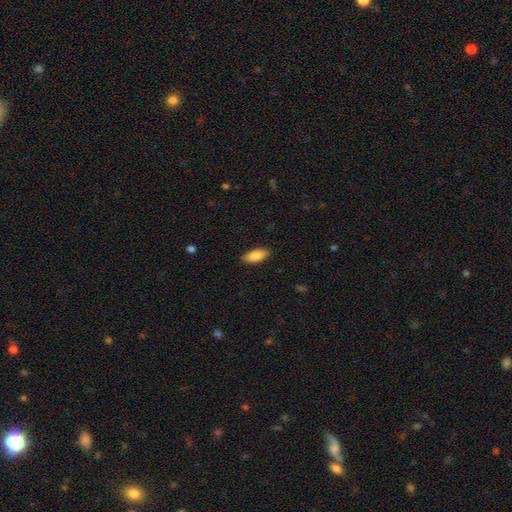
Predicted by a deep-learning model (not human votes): Q: Smooth or featured?
A: smooth (85%); runner-up: featured or disk (9%)
Q: How rounded?
A: in between (85%); runner-up: cigar-shaped (12%)
Q: Merging?
A: none (88%); runner-up: minor disturbance (9%)